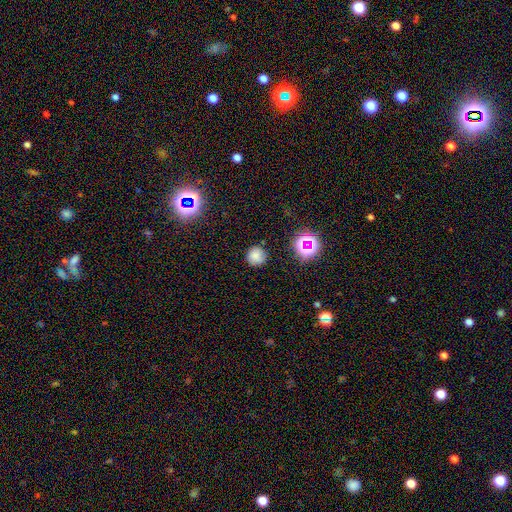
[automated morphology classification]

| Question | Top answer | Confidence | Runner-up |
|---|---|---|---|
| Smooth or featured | smooth | 69% | star or artifact (19%) |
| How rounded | round | 92% | in between (7%) |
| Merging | none | 80% | minor disturbance (13%) |